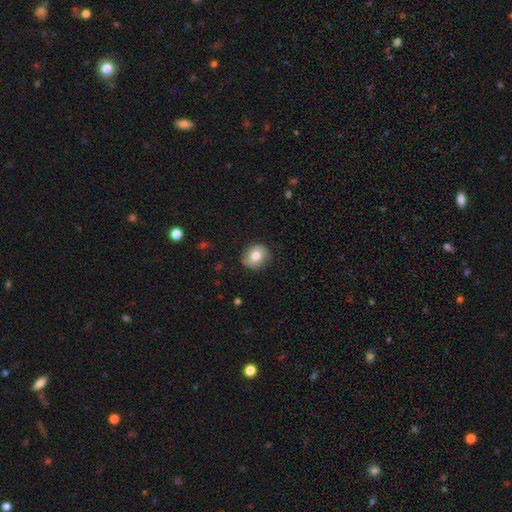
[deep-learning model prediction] Morphology: type=smooth (75%); roundness=round (79%); merging=none (85%).